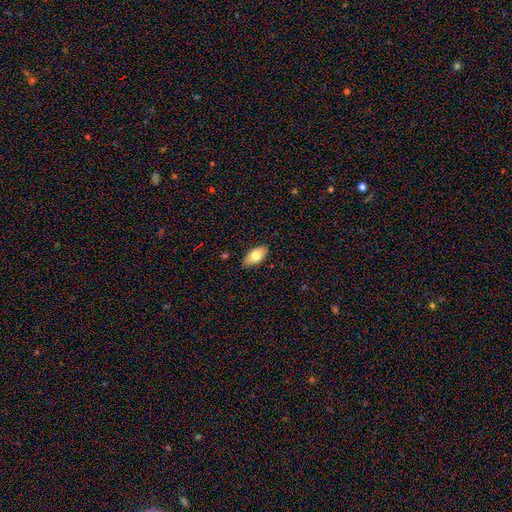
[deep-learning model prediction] A smooth galaxy with no disk features (78%) that is in between round and cigar-shaped (91%). Merging: none (87%).